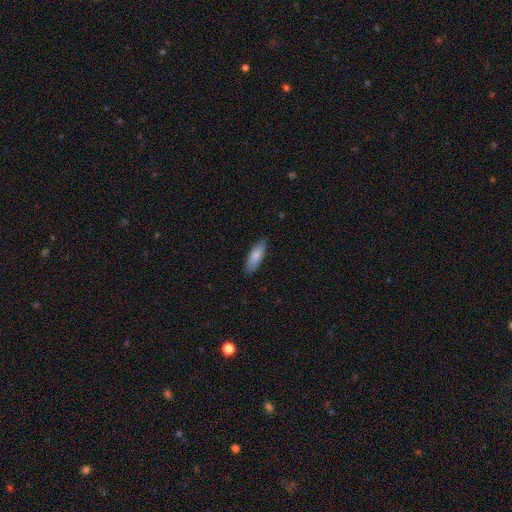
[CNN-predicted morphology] type=smooth (83%); roundness=in between (59%); merging=none (85%).